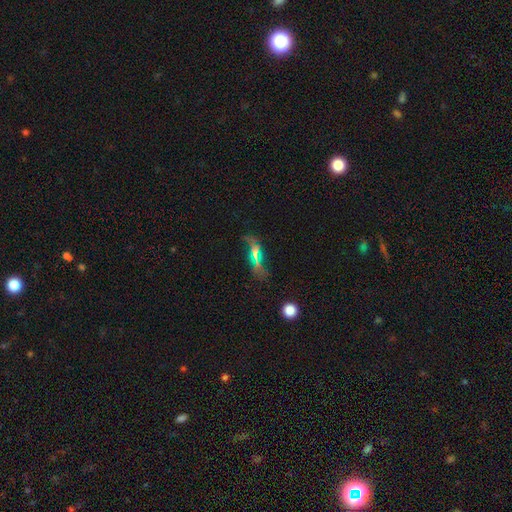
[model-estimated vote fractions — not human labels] This is marginally a featured or disk galaxy (40%). Merging: likely none (65%).